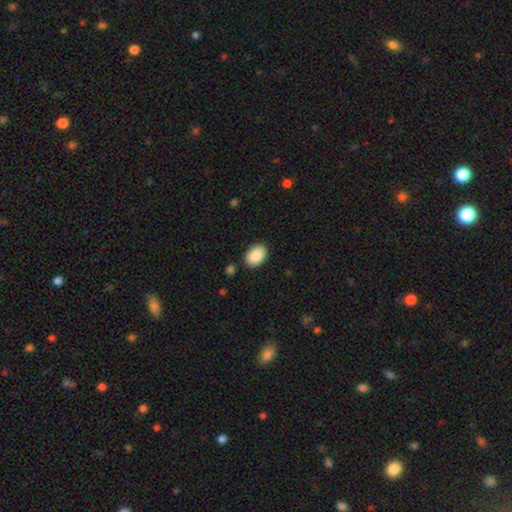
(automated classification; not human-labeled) Q: Smooth or featured?
A: smooth (90%); runner-up: star or artifact (7%)
Q: How rounded?
A: in between (84%); runner-up: round (15%)
Q: Merging?
A: none (86%); runner-up: minor disturbance (10%)